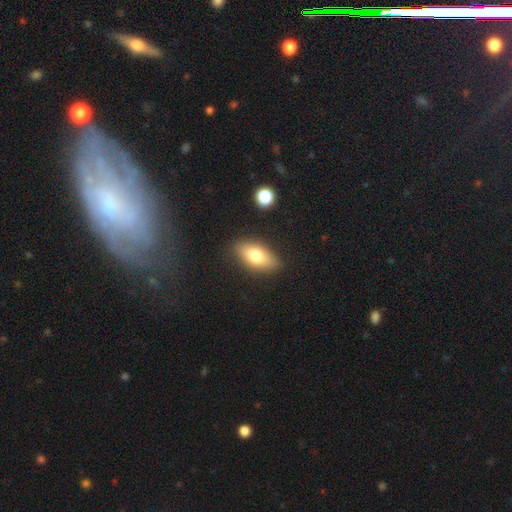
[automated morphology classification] This appears to be a smooth galaxy with no disk features (75%) that is in between round and cigar-shaped (87%). Merging: none (83%).